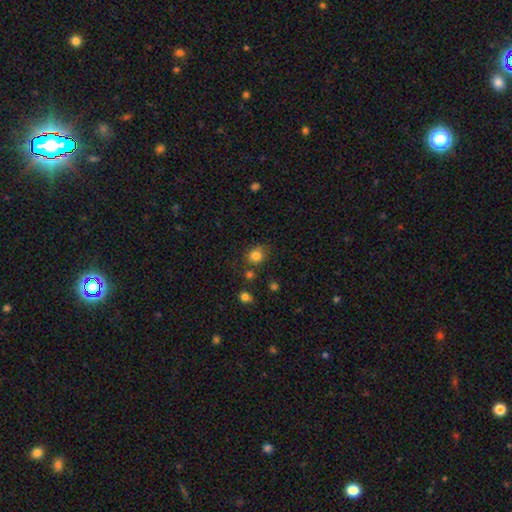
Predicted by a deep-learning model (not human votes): This appears to be a smooth galaxy with no disk features (82%) that is round (77%). Merging: none (71%).